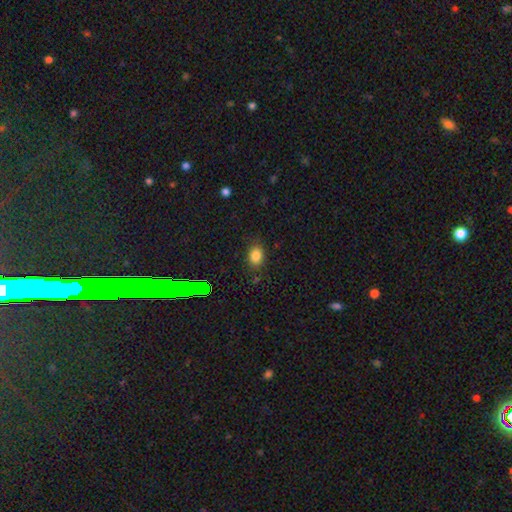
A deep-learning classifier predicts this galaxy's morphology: This appears to be a smooth galaxy with no disk features (81%) that is in between round and cigar-shaped (70%). Merging: none (82%).